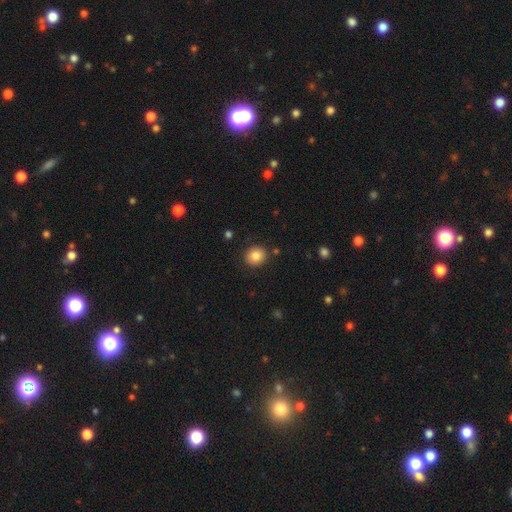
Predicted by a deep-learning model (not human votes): smooth 86%, star or artifact 9%, featured or disk 5%. Down the decision tree: how rounded — round (81%); merging — none (88%).